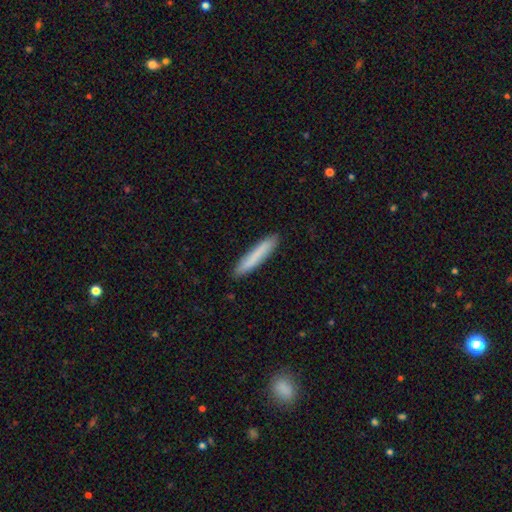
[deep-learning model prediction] smooth_or_featured: smooth (p=0.80) [alt: featured or disk p=0.14]
how_rounded: cigar-shaped (p=0.94) [alt: in between p=0.05]
merging: none (p=0.90) [alt: minor disturbance p=0.08]